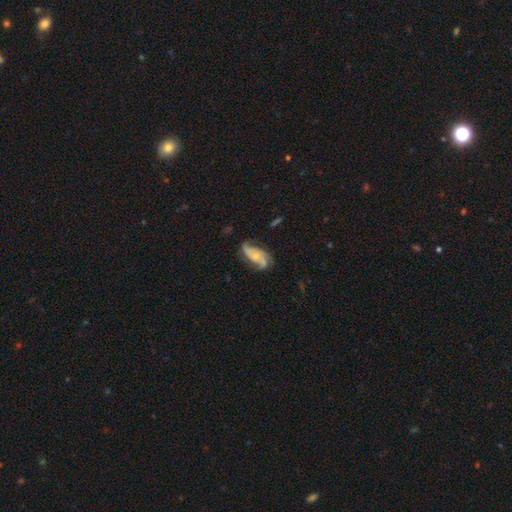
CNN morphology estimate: smooth-or-featured: featured or disk: 75% | smooth: 18% | star or artifact: 7%
  disk-edge-on: no: 96% | yes: 4%
    bar: no: 68% | weak: 25% | strong: 6%
    has-spiral-arms: yes: 94% | no: 6%
      spiral-winding: medium: 44% | loose: 35% | tight: 21%
      spiral-arm-count: 2: 38% (tied) | 3: 38% (tied) | can't tell: 11% | 4: 6% | 1: 4% | more than 4: 3%
    bulge-size: small: 60% | moderate: 29% | none: 8% | large: 2% | dominant: 1%
  merging: none: 61% | minor disturbance: 24% | major disturbance: 12% | merger: 3%